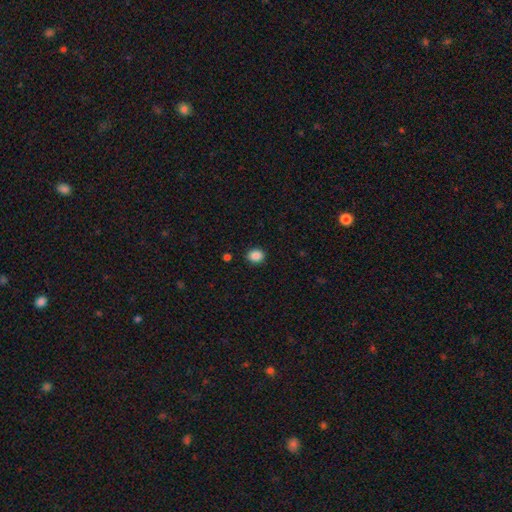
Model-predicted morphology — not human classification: smooth-or-featured: smooth: 87% | star or artifact: 10% | featured or disk: 3%
  how-rounded: round: 69% | in between: 30% | cigar-shaped: 1%
  merging: none: 90% | minor disturbance: 7% | major disturbance: 2% | merger: 1%